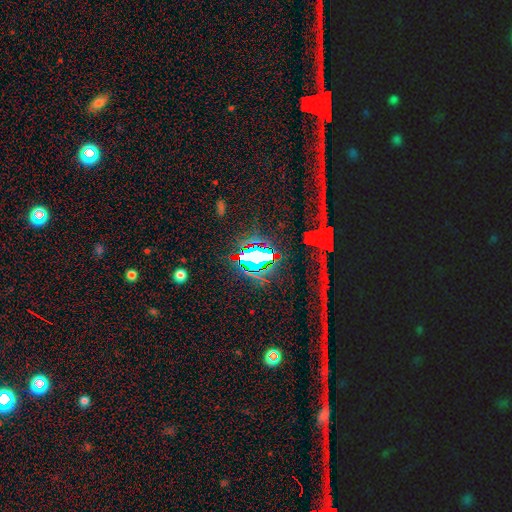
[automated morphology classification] star or artifact 64%, smooth 21%, featured or disk 15%.